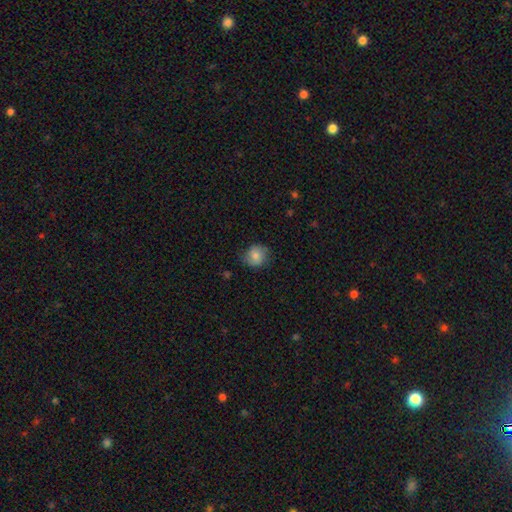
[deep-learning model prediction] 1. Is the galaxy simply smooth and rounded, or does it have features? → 81% smooth, 10% featured or disk, 9% star or artifact.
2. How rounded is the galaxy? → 80% round, 19% in between, 1% cigar-shaped.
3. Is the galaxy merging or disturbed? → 77% none, 18% minor disturbance, 4% major disturbance, 1% merger.